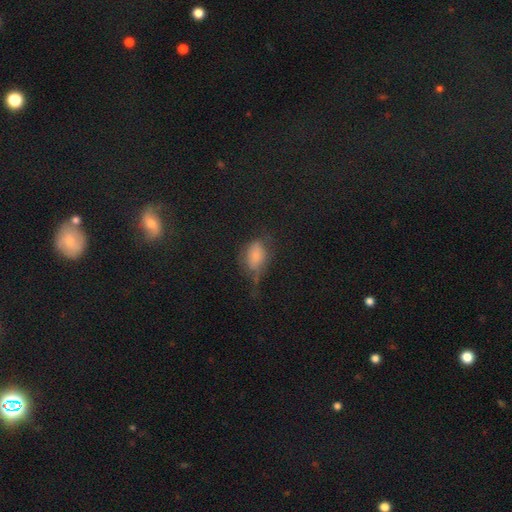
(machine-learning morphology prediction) Overall: smooth (64%). How rounded: in between (80%). Merging: none (33%; major disturbance 32%).